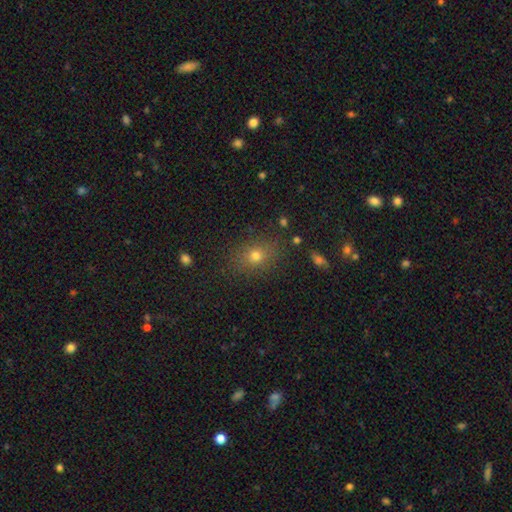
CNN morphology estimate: Smooth or featured? smooth (71%)
How rounded? in between (53%)
Merging? none (83%)